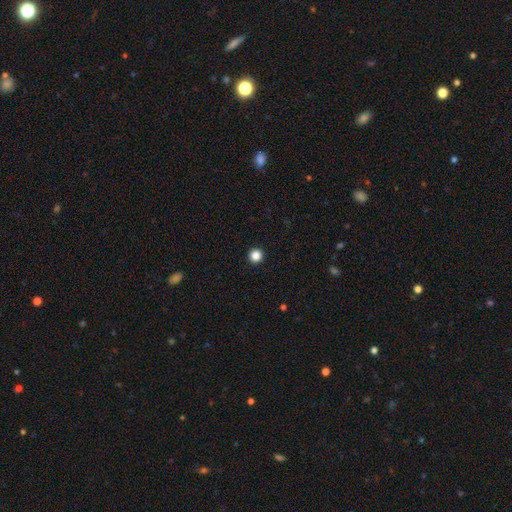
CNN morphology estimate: Q: Smooth or featured?
A: smooth (86%); runner-up: star or artifact (11%)
Q: How rounded?
A: round (96%); runner-up: in between (3%)
Q: Merging?
A: none (94%); runner-up: minor disturbance (3%)